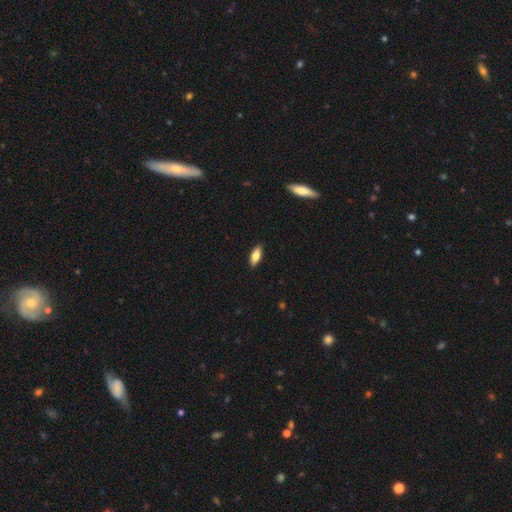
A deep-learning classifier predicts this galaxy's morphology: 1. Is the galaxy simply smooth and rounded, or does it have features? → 78% smooth, 15% featured or disk, 6% star or artifact.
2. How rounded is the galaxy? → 76% in between, 21% cigar-shaped, 2% round.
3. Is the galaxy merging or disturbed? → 89% none, 8% minor disturbance, 2% major disturbance, 1% merger.